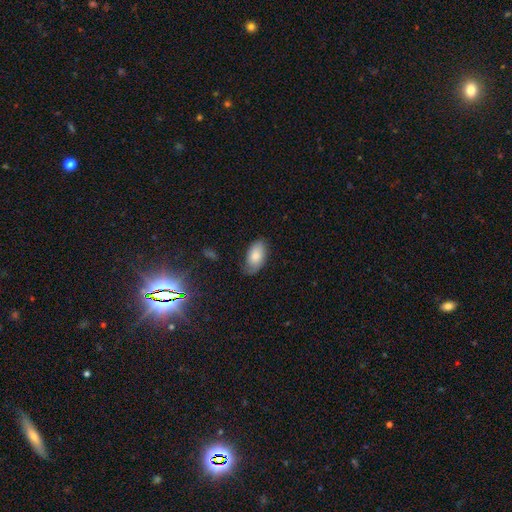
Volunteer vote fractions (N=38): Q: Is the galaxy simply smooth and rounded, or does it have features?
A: smooth — 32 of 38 (84%).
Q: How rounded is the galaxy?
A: in between — 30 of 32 (94%).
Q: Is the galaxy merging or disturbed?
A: none — 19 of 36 (53%).